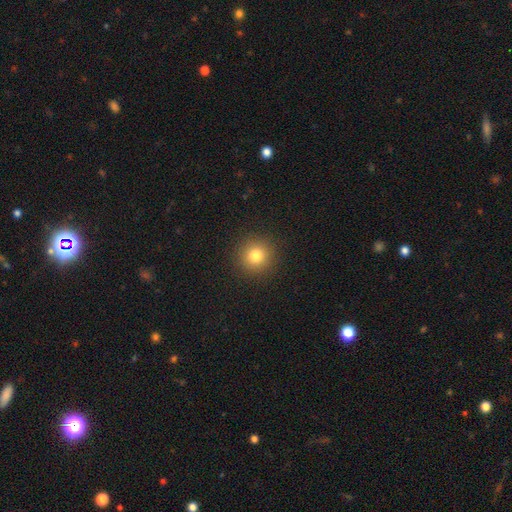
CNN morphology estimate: Smooth or featured? Predicted: smooth (p=0.80). How rounded? Predicted: round (p=0.94). Merging? Predicted: none (p=0.92).